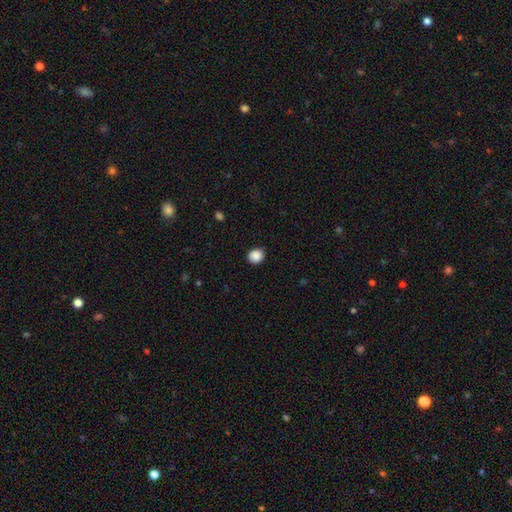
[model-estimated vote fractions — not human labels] Morphology: type=smooth (88%); roundness=round (76%); merging=none (88%).